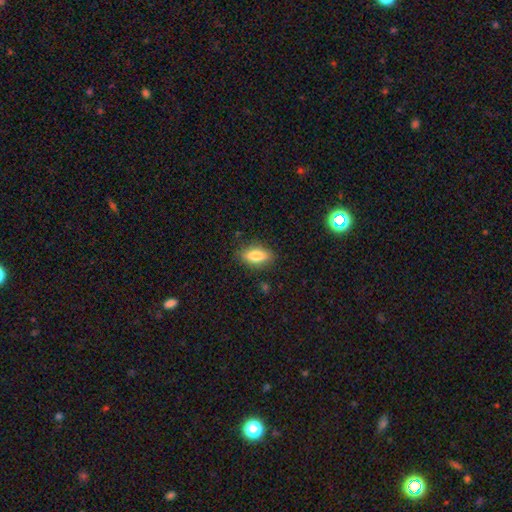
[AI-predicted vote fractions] Smooth or featured? smooth (80%)
How rounded? in between (80%)
Merging? none (84%)